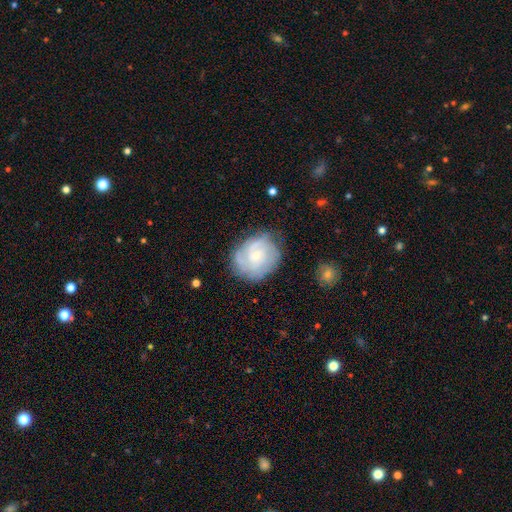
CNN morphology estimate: This appears to be a featured or disk galaxy (71%) with no bar (72%), tight (62%) spiral arms (89%) and a small central bulge (66%). Merging: none (71%).